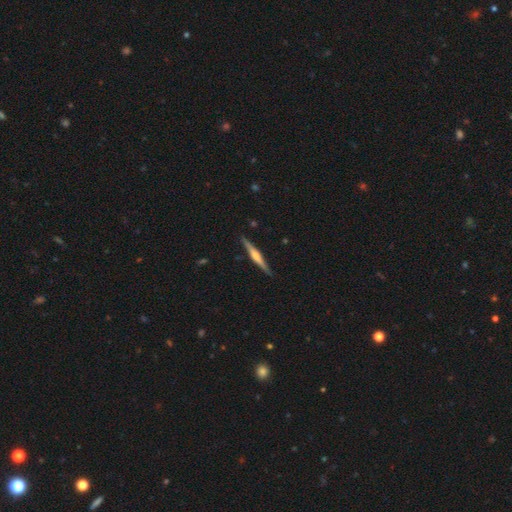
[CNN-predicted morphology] This is likely a featured or disk galaxy (70%). It is clearly viewed edge-on (98%). Edge-on bulge: likely rounded (73%). Merging: clearly none (90%).